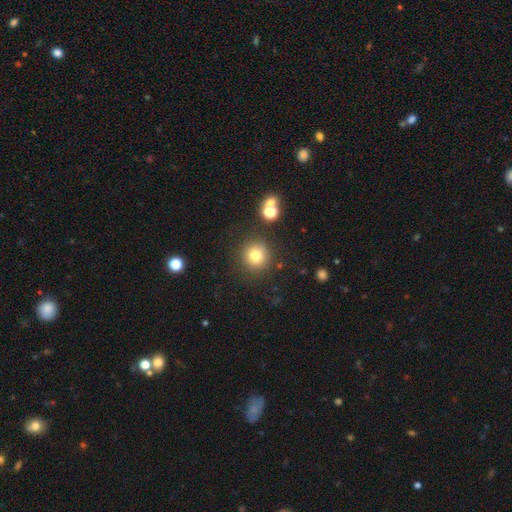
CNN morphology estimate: Q: Smooth or featured?
A: smooth (77%); runner-up: star or artifact (14%)
Q: How rounded?
A: round (94%); runner-up: in between (5%)
Q: Merging?
A: none (84%); runner-up: minor disturbance (8%)